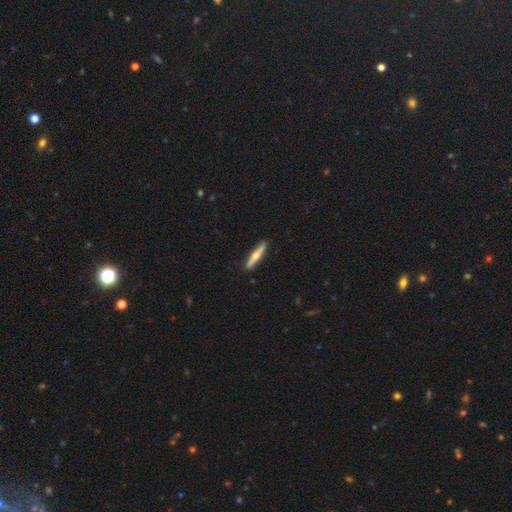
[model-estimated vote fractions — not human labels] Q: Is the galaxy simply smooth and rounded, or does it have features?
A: featured or disk — 56%.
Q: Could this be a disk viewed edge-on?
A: yes — 95%.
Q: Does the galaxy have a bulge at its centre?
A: rounded — 92%.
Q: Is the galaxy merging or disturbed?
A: none — 90%.